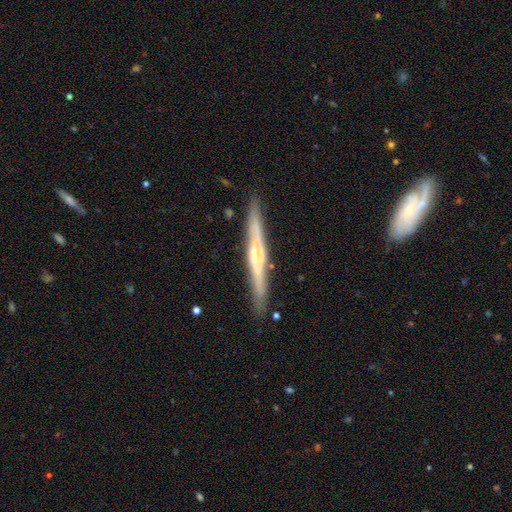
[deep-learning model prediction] Morphology: type=featured or disk (72%); edge-on=yes (96%); edge-on bulge=rounded (45%); merging=none (88%).